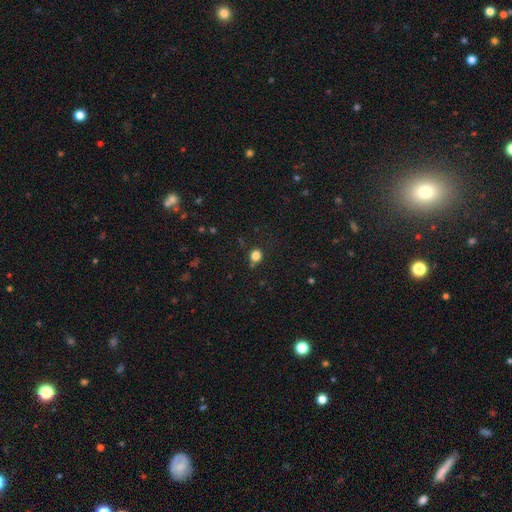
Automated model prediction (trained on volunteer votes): Smooth or featured?
  - smooth: 82% *
  - star or artifact: 14%
  - featured or disk: 4%
How rounded?
  - round: 75% *
  - in between: 24%
  - cigar-shaped: 1%
Merging?
  - none: 76% *
  - minor disturbance: 16%
  - major disturbance: 4%
  - merger: 4%